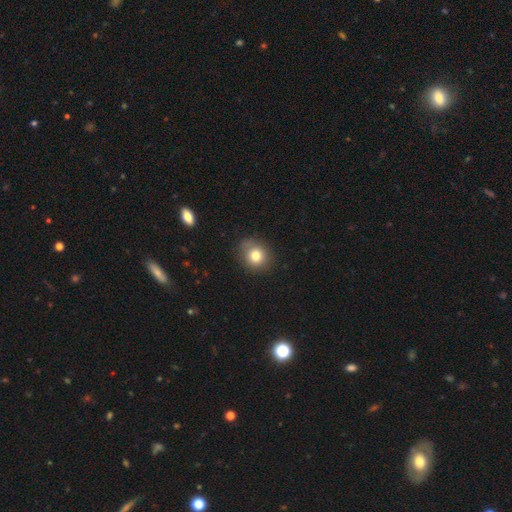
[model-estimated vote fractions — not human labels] Morphology: type=smooth (79%); roundness=round (78%); merging=none (78%).